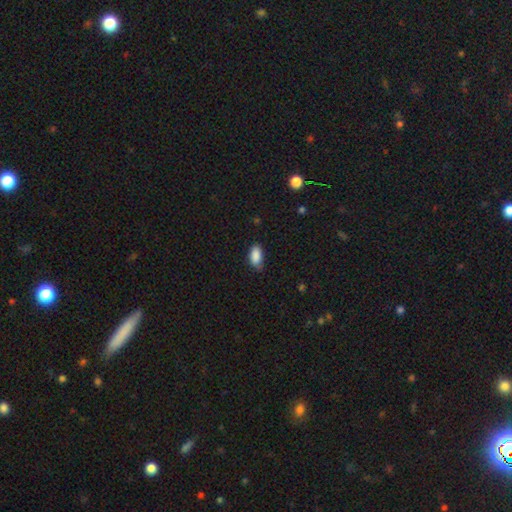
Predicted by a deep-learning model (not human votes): smooth_or_featured: smooth (p=0.89) [alt: star or artifact p=0.07]
how_rounded: in between (p=0.92) [alt: cigar-shaped p=0.04]
merging: none (p=0.72) [alt: minor disturbance p=0.24]